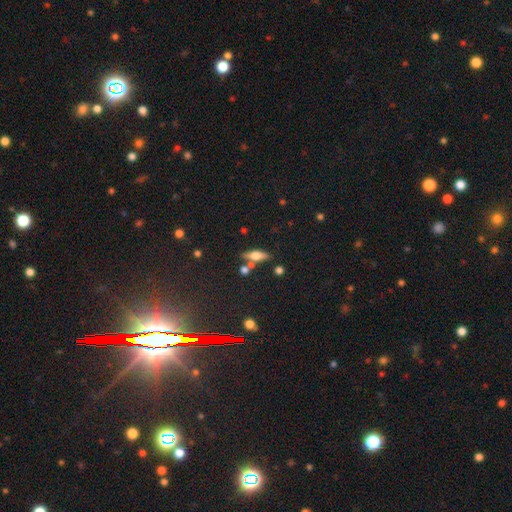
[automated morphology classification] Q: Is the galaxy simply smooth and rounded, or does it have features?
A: smooth — 48%.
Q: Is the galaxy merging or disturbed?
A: none — 70%.